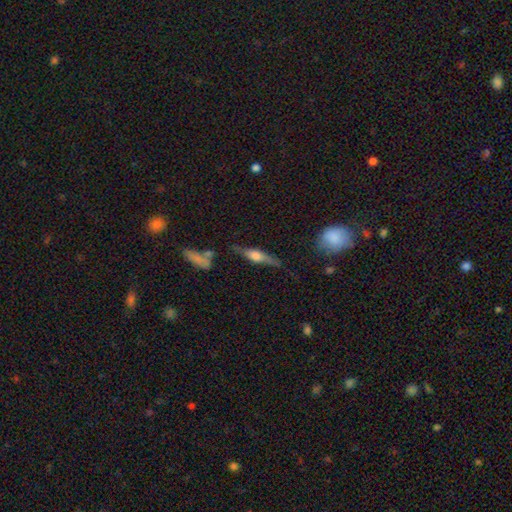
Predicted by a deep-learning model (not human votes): Smooth or featured? Predicted: featured or disk (p=0.65). Edge-on disk? Predicted: yes (p=0.93). Edge-on bulge? Predicted: rounded (p=0.79). Merging? Predicted: none (p=0.75).